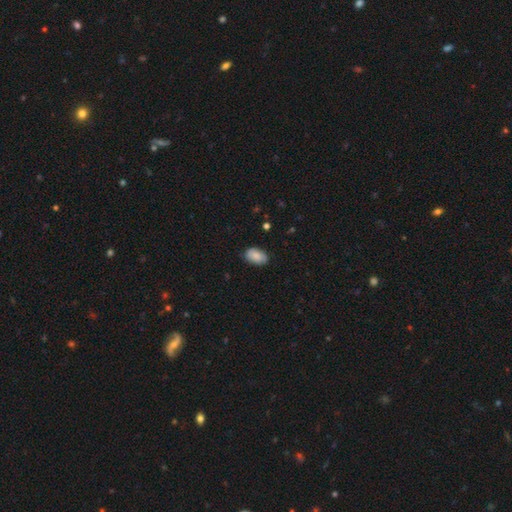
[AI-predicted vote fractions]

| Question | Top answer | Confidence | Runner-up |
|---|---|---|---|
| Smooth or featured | smooth | 85% | featured or disk (8%) |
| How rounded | in between | 91% | round (7%) |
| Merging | none | 80% | minor disturbance (16%) |